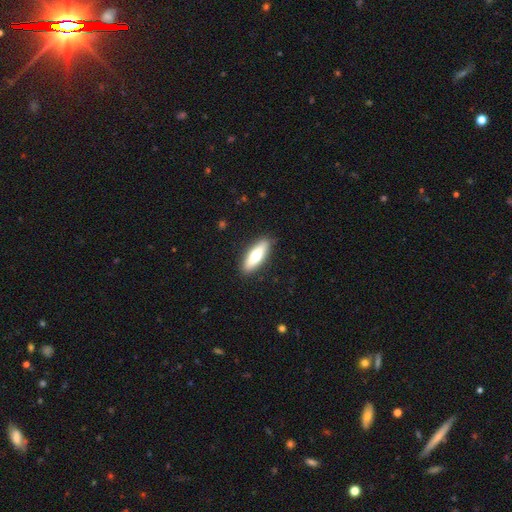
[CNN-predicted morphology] smooth-or-featured: smooth: 62% | featured or disk: 32% | star or artifact: 6%
  how-rounded: in between: 53% | cigar-shaped: 45% | round: 2%
  merging: none: 89% | minor disturbance: 8% | major disturbance: 2% | merger: 1%